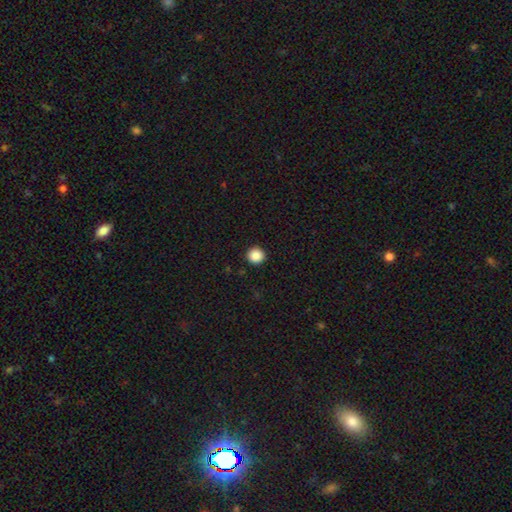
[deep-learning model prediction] This is clearly a smooth galaxy (88%). How rounded: clearly round (95%). Merging: clearly none (93%).